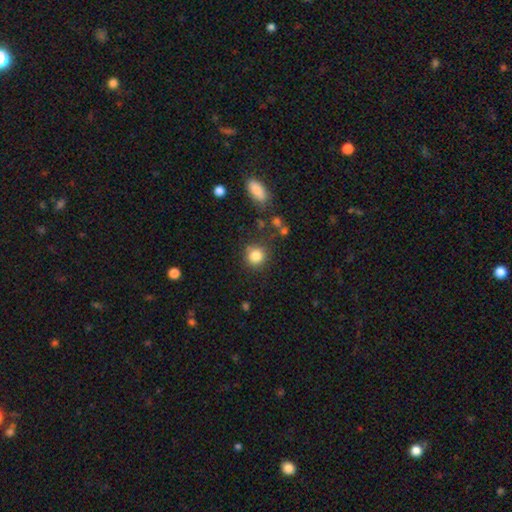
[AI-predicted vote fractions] smooth-or-featured: smooth: 84% | star or artifact: 10% | featured or disk: 5%
  how-rounded: round: 89% | in between: 10% | cigar-shaped: 1%
  merging: none: 81% | minor disturbance: 11% | merger: 4% | major disturbance: 4%